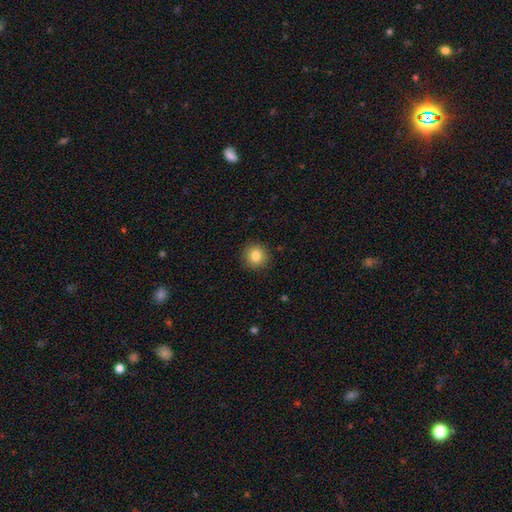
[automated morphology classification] Smooth or featured? Predicted: smooth (p=0.83). How rounded? Predicted: round (p=0.94). Merging? Predicted: none (p=0.91).